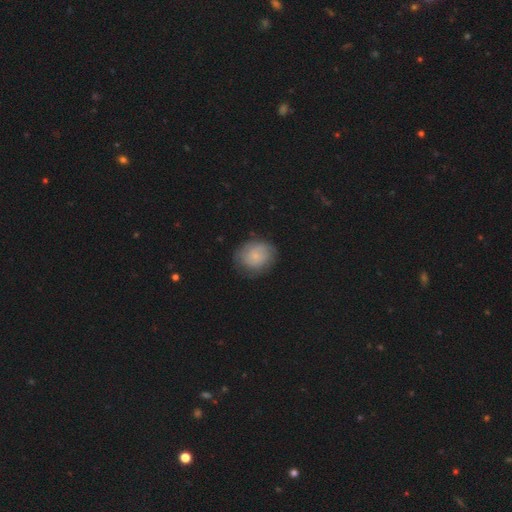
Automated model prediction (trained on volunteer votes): This is possibly a smooth galaxy (50%). Merging: likely none (73%).